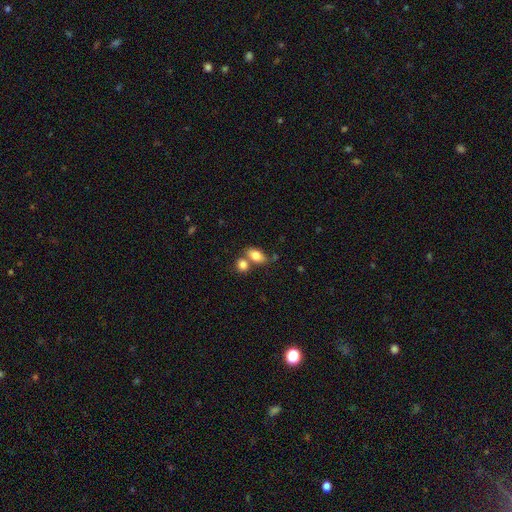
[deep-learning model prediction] Q: Smooth or featured?
A: smooth (80%); runner-up: featured or disk (11%)
Q: How rounded?
A: in between (85%); runner-up: round (12%)
Q: Merging?
A: none (45%); runner-up: merger (38%)